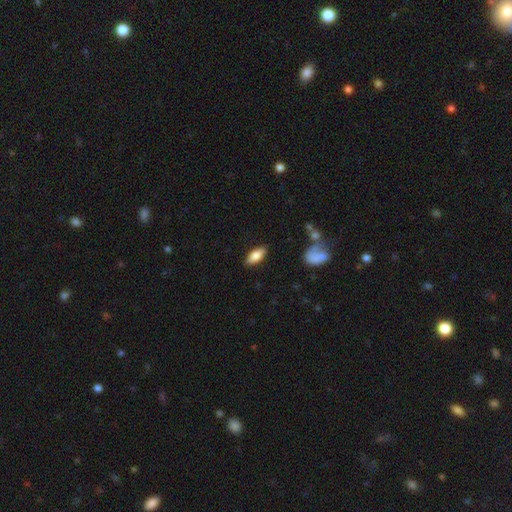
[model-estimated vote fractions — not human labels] A smooth galaxy with no disk features (74%) that is in between round and cigar-shaped (81%).

Vote fractions:
- Smooth or featured? smooth: 74% / featured or disk: 20% / star or artifact: 7%
- How rounded? in between: 81% / cigar-shaped: 17% / round: 3%
- Merging? none: 87% / minor disturbance: 10% / major disturbance: 2% / merger: 2%